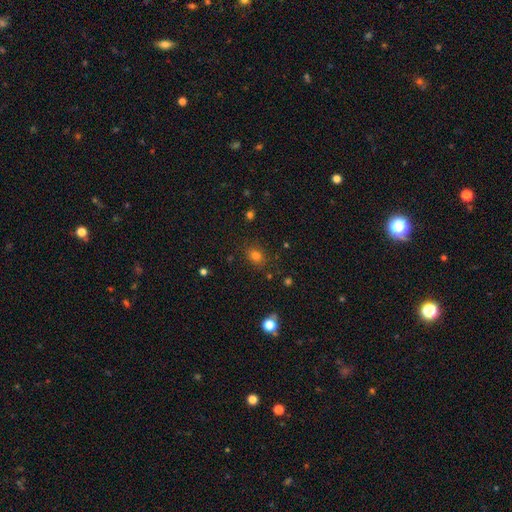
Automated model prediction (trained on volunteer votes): Smooth or featured: smooth — 76% (star or artifact — 17%)
How rounded: round — 50% (in between — 48%)
Merging: none — 83% (minor disturbance — 12%)